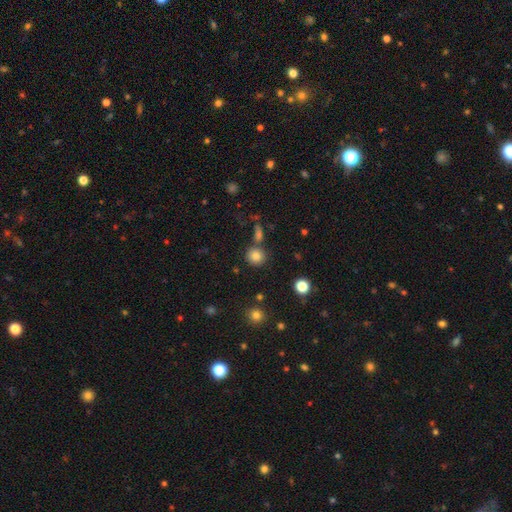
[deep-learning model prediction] Smooth or featured? Predicted: smooth (p=0.82). How rounded? Predicted: round (p=0.89). Merging? Predicted: none (p=0.77).